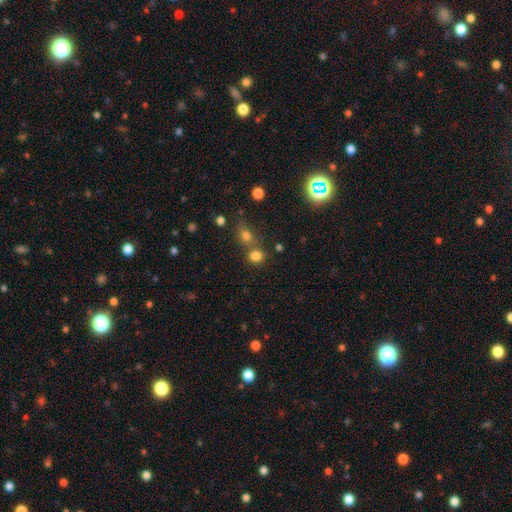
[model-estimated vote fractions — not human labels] A smooth galaxy with no disk features (78%) that is round (70%). Merging: none (58%).